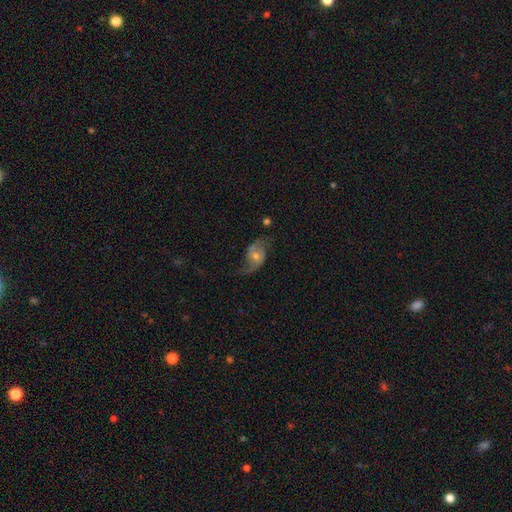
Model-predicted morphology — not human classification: This appears to be a featured or disk galaxy (78%) with no bar (67%), 2 (90%) loose (63%) spiral arms (92%) and a moderate central bulge (51%). Merging: none (67%).